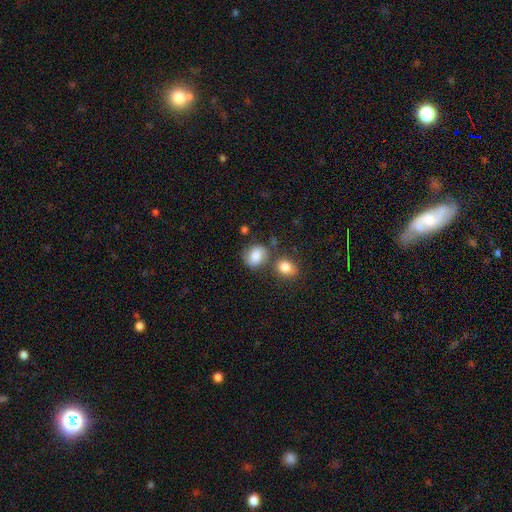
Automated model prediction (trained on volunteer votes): Smooth or featured: smooth — 76% (featured or disk — 15%)
How rounded: round — 63% (in between — 36%)
Merging: none — 65% (minor disturbance — 17%)